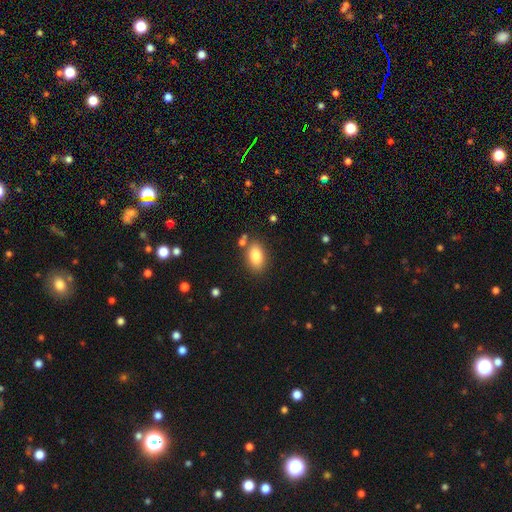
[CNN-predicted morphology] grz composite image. It shows a smooth galaxy with no disk features (85%) that is in between round and cigar-shaped (90%). Merging: none (78%).